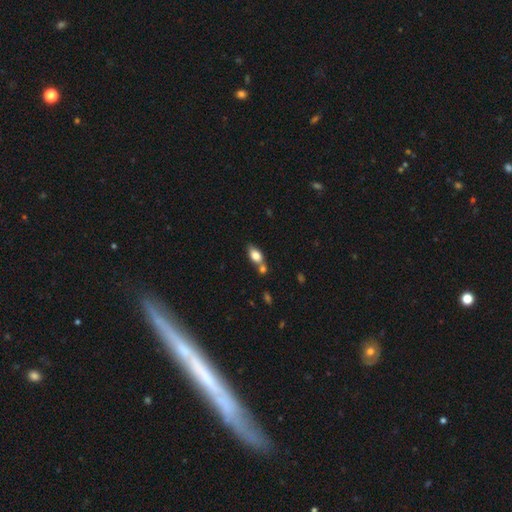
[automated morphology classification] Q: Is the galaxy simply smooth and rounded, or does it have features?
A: smooth — 79%.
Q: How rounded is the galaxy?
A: in between — 86%.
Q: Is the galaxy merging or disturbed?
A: none — 47%.